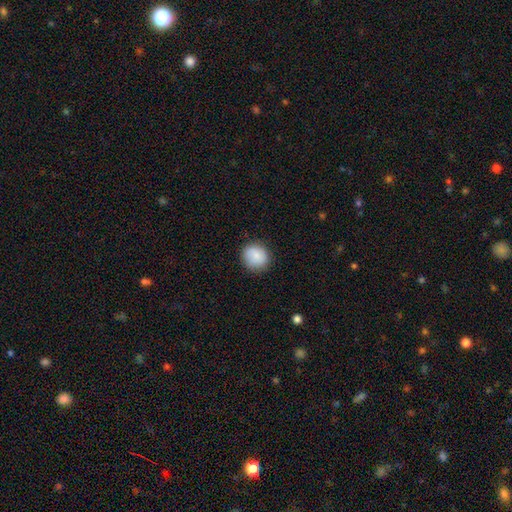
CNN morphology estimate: smooth_or_featured: smooth (p=0.86) [alt: star or artifact p=0.07]
how_rounded: round (p=0.86) [alt: in between p=0.13]
merging: none (p=0.86) [alt: minor disturbance p=0.10]